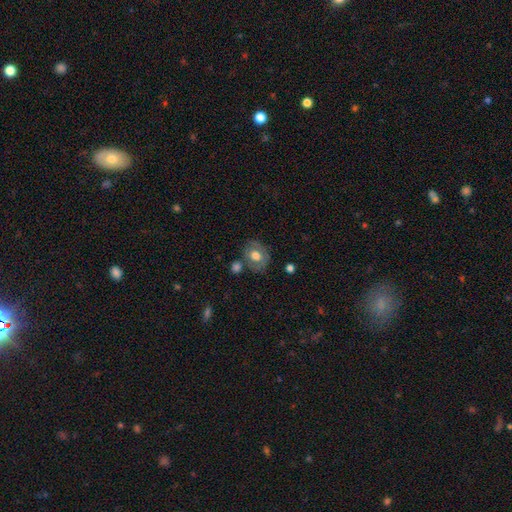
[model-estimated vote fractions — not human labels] A smooth galaxy with no disk features (61%) that is round (51%). Merging: none (67%).